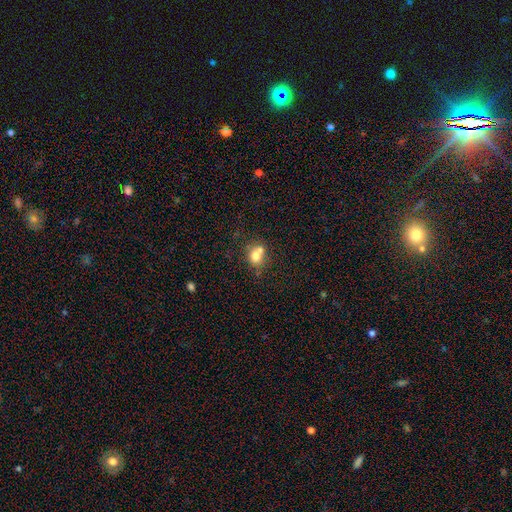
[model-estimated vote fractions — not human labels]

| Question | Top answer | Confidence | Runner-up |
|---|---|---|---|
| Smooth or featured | smooth | 72% | featured or disk (16%) |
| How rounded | round | 69% | in between (30%) |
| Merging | merger | 45% | none (41%) |